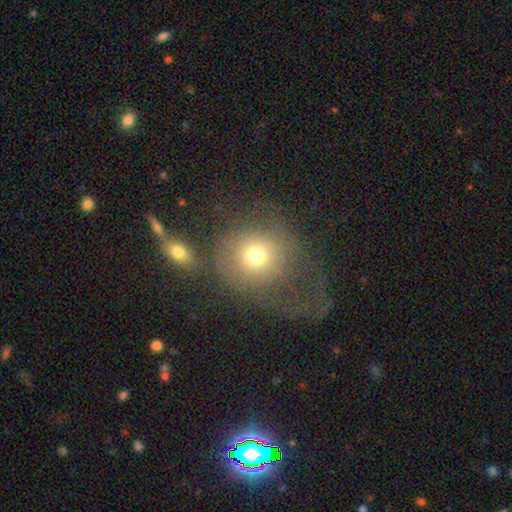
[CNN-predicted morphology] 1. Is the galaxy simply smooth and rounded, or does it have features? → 64% smooth, 24% featured or disk, 12% star or artifact.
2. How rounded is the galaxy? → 86% round, 13% in between, 1% cigar-shaped.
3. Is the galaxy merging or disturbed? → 44% none, 31% major disturbance, 15% minor disturbance, 10% merger.